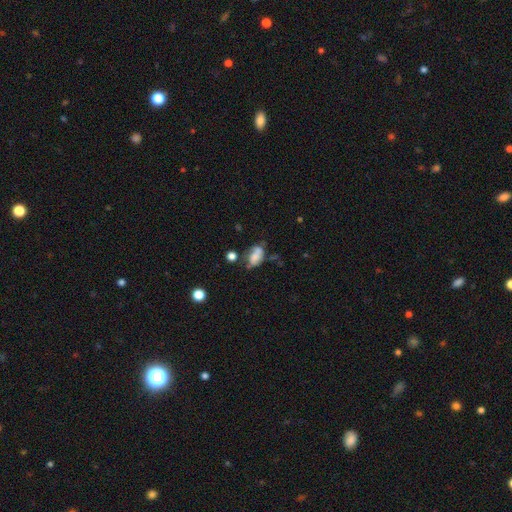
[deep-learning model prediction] Smooth or featured: smooth — 60% (featured or disk — 29%)
How rounded: in between — 85% (round — 12%)
Merging: none — 34% (minor disturbance — 28%)